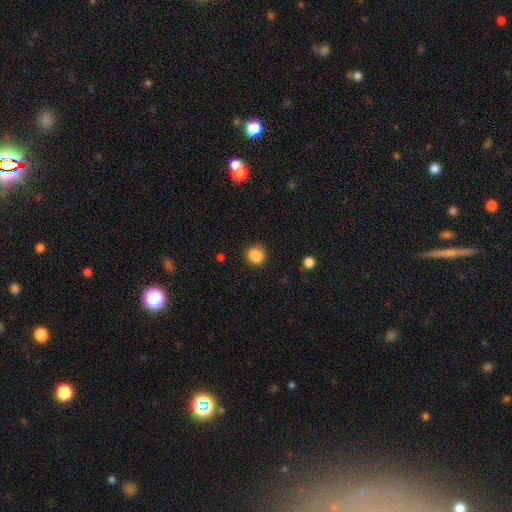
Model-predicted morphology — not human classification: A smooth galaxy with no disk features (84%) that is round (72%).

Vote fractions:
- Smooth or featured? smooth: 84% / star or artifact: 10% / featured or disk: 5%
- How rounded? round: 72% / in between: 27% / cigar-shaped: 1%
- Merging? none: 75% / minor disturbance: 16% / merger: 5% / major disturbance: 4%